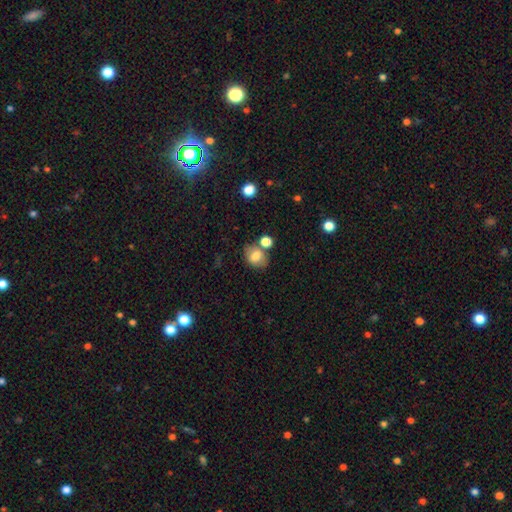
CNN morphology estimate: smooth_or_featured: smooth (p=0.76) [alt: featured or disk p=0.14]
how_rounded: in between (p=0.52) [alt: round p=0.47]
merging: none (p=0.62) [alt: merger p=0.18]